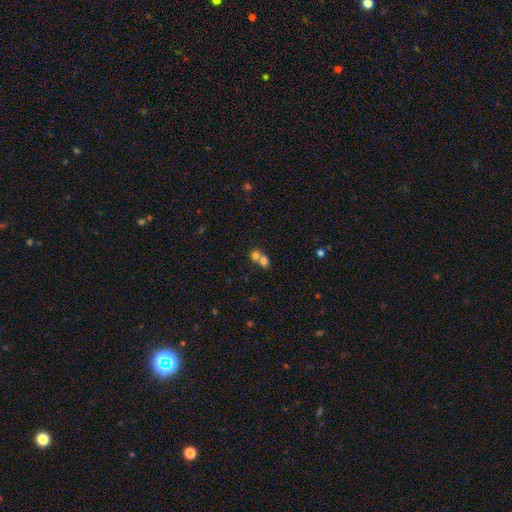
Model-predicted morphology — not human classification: Overall: smooth (74%). How rounded: round (59%; in between 40%). Merging: merger (63%; none 29%).